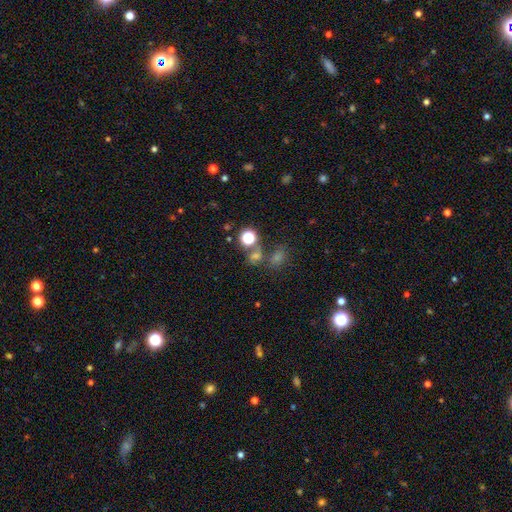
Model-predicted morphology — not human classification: smooth 56%, star or artifact 34%, featured or disk 10%. Down the decision tree: how rounded — round (61%); merging — none (53%).